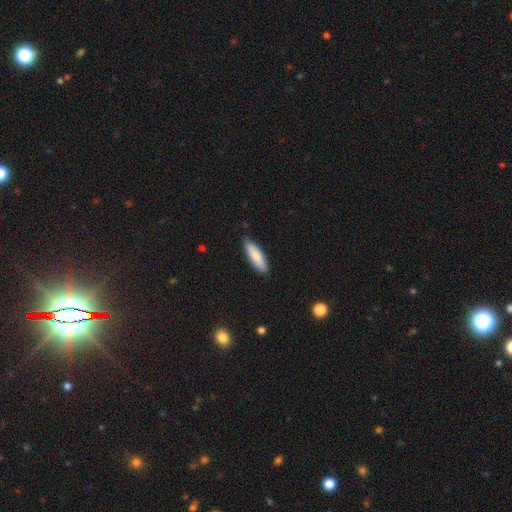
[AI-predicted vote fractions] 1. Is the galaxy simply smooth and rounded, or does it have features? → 85% smooth, 10% featured or disk, 5% star or artifact.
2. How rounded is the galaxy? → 60% cigar-shaped, 39% in between, 1% round.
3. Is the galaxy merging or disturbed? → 87% none, 10% minor disturbance, 2% major disturbance, 1% merger.